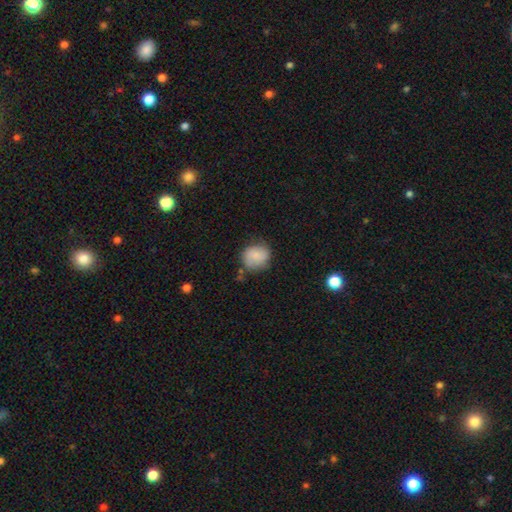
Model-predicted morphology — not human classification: Q: Smooth or featured?
A: smooth (76%); runner-up: featured or disk (16%)
Q: How rounded?
A: round (73%); runner-up: in between (26%)
Q: Merging?
A: none (64%); runner-up: minor disturbance (25%)